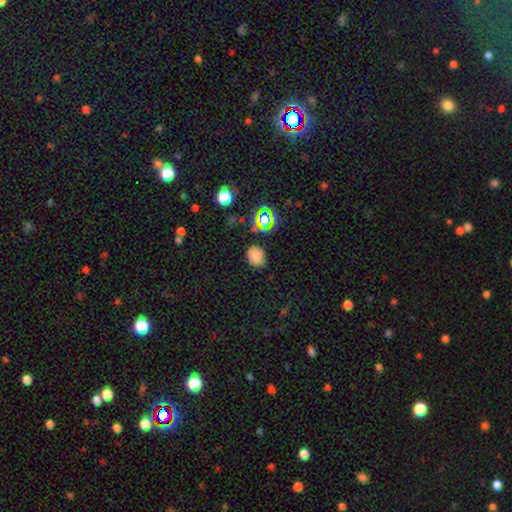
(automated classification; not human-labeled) Smooth or featured? Predicted: smooth (p=0.71). How rounded? Predicted: round (p=0.58). Merging? Predicted: none (p=0.67).